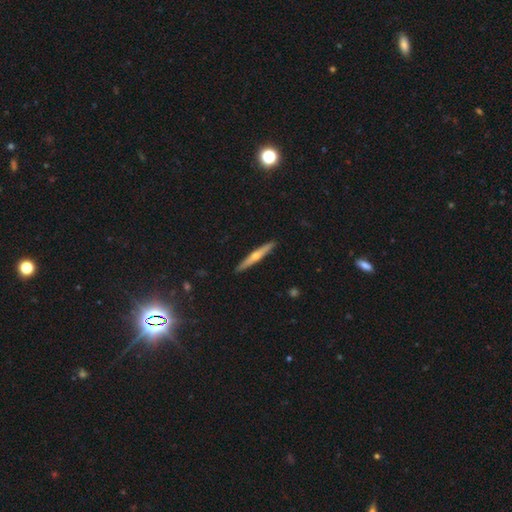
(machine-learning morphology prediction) This appears to be a featured or disk galaxy (66%) viewed edge-on (97%) with a rounded central bulge (87%). Merging: none (92%).